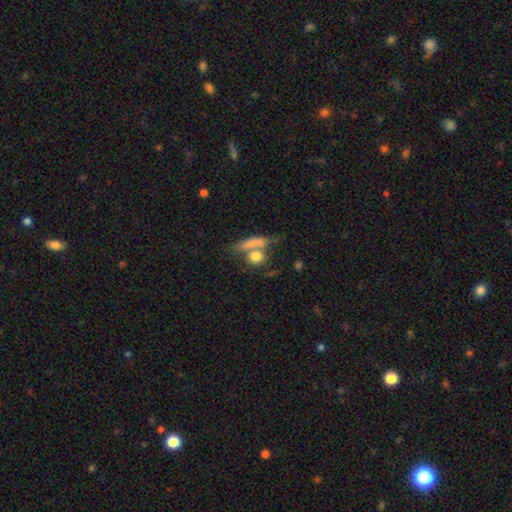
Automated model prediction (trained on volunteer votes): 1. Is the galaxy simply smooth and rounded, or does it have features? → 75% smooth, 16% featured or disk, 9% star or artifact.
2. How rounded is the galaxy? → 54% round, 31% in between, 15% cigar-shaped.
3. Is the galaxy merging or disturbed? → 43% none, 38% merger, 11% minor disturbance, 8% major disturbance.